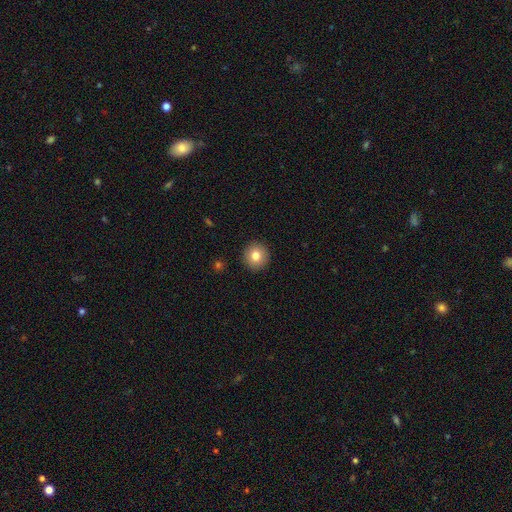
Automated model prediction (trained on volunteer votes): smooth-or-featured: smooth: 80% | star or artifact: 10% | featured or disk: 10%
  how-rounded: round: 94% | in between: 5% | cigar-shaped: 1%
  merging: none: 93% | minor disturbance: 5% | major disturbance: 2% | merger: 1%